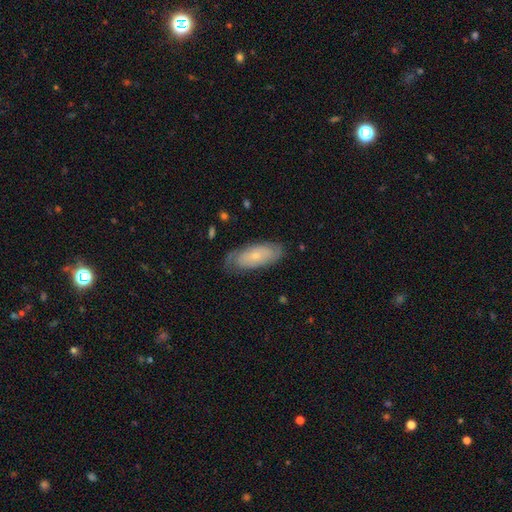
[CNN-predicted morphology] smooth 50%, featured or disk 44%, star or artifact 7%. Down the decision tree: merging — none (71%).